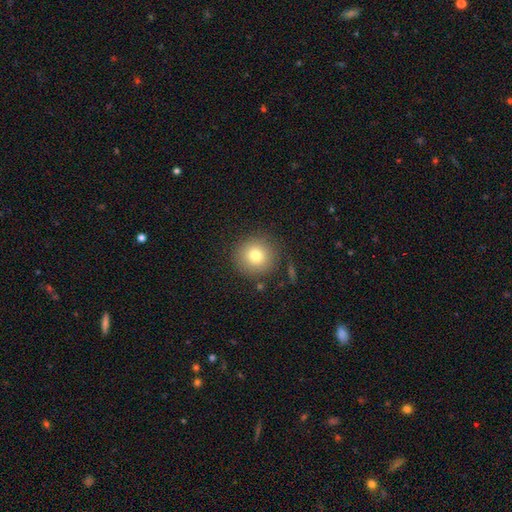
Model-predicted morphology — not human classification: smooth-or-featured: smooth: 77% | star or artifact: 12% | featured or disk: 11%
  how-rounded: round: 94% | in between: 5% | cigar-shaped: 1%
  merging: none: 86% | minor disturbance: 8% | major disturbance: 3% | merger: 2%